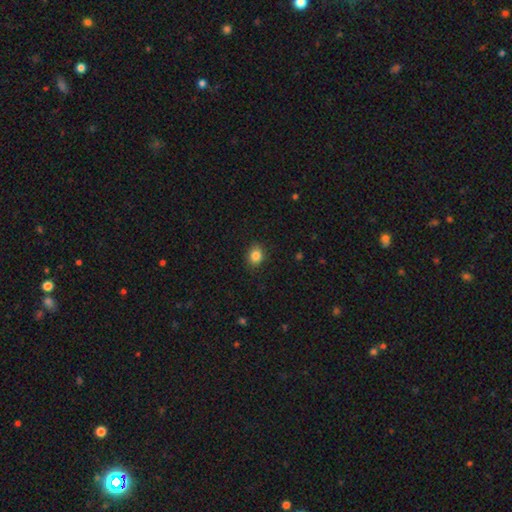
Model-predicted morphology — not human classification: A smooth galaxy with no disk features (85%) that is round (62%).

Vote fractions:
- Smooth or featured? smooth: 85% / star or artifact: 10% / featured or disk: 5%
- How rounded? round: 62% / in between: 37% / cigar-shaped: 1%
- Merging? none: 88% / minor disturbance: 9% / major disturbance: 2% / merger: 1%